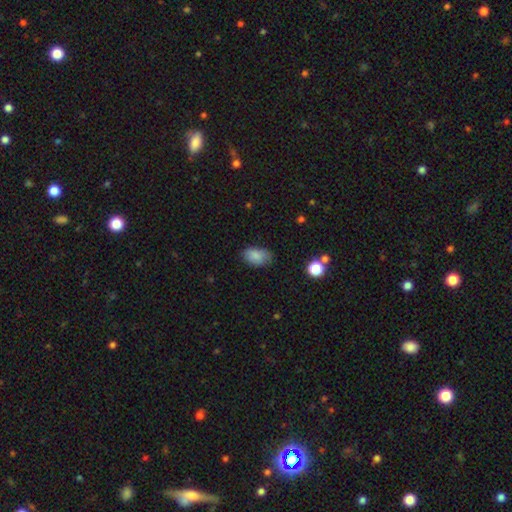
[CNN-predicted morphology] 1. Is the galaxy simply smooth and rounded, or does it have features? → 85% smooth, 9% star or artifact, 7% featured or disk.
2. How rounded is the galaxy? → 89% in between, 9% round, 1% cigar-shaped.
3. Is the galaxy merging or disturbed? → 69% none, 24% minor disturbance, 5% major disturbance, 2% merger.